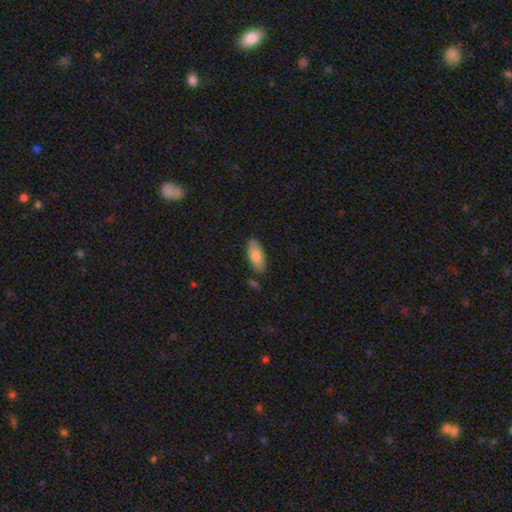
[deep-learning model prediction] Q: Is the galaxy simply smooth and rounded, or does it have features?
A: smooth — 81%.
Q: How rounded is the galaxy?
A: in between — 87%.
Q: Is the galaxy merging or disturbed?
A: none — 80%.